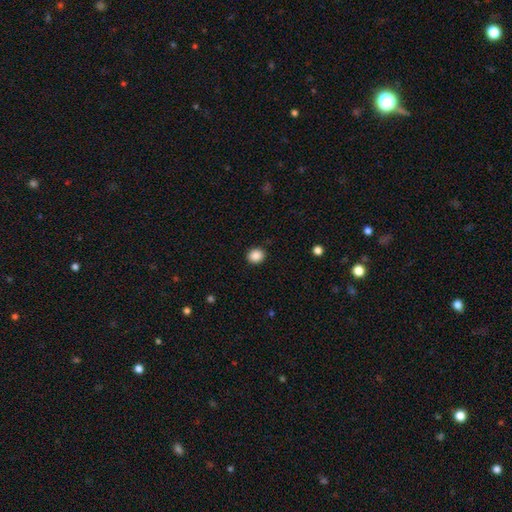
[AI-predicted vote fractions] Smooth or featured: smooth — 88% (star or artifact — 9%)
How rounded: round — 74% (in between — 25%)
Merging: none — 91% (minor disturbance — 6%)